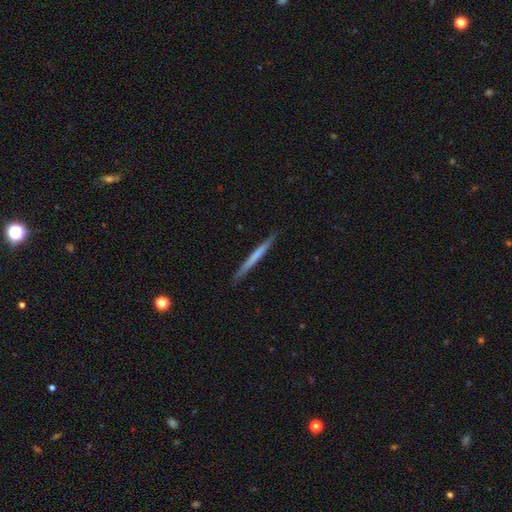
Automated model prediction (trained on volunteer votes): smooth_or_featured: smooth (p=0.50) [alt: featured or disk p=0.44]
how_rounded: cigar-shaped (p=0.97) [alt: in between p=0.02]
merging: none (p=0.90) [alt: minor disturbance p=0.07]